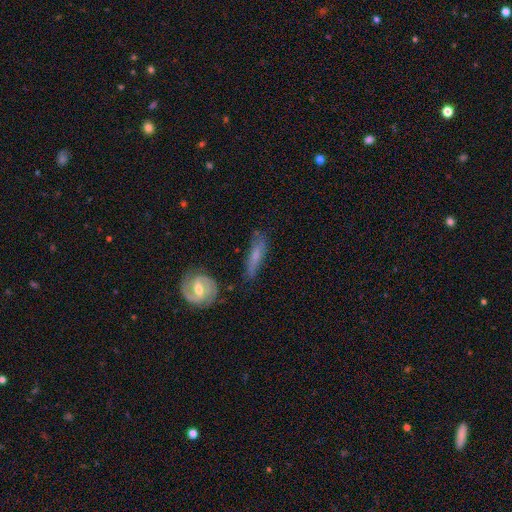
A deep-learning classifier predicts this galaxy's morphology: Q: Smooth or featured?
A: featured or disk (47%); runner-up: smooth (45%)
Q: Merging?
A: none (65%); runner-up: minor disturbance (23%)